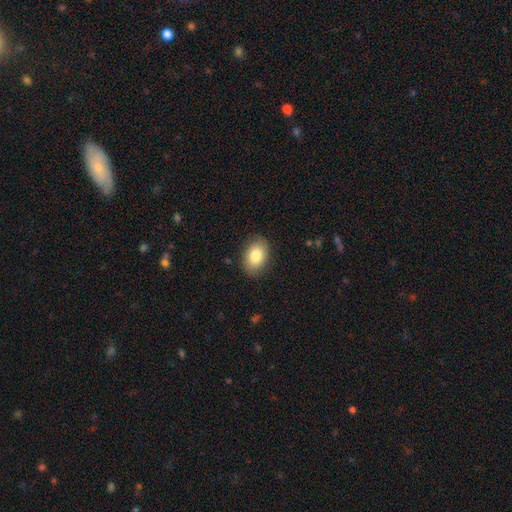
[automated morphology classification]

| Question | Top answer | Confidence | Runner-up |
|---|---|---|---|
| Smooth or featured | smooth | 82% | featured or disk (11%) |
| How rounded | in between | 82% | round (17%) |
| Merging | none | 85% | minor disturbance (11%) |